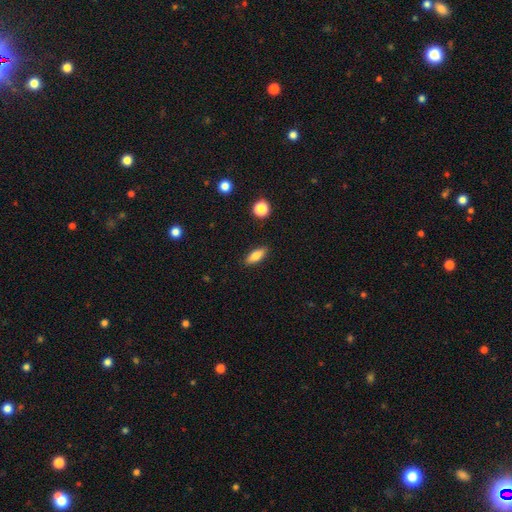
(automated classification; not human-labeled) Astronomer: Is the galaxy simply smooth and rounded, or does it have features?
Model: smooth — 79%.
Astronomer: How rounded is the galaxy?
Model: in between — 73%.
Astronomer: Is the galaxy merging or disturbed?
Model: none — 87%.